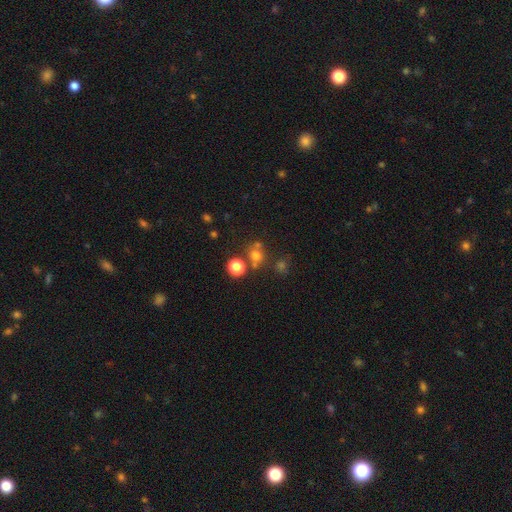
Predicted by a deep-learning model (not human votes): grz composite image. It shows a smooth galaxy with no disk features (66%) that is round (84%). Merging: none (66%).